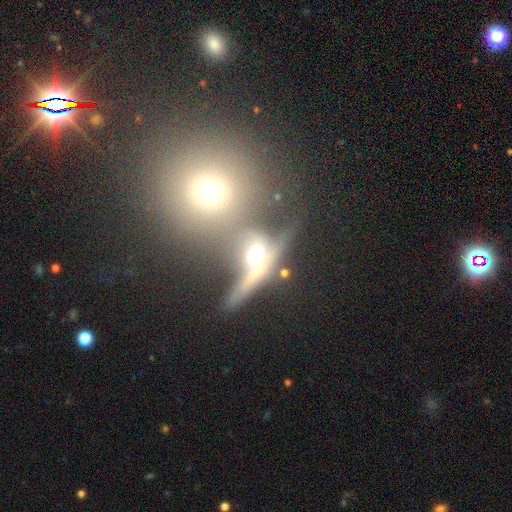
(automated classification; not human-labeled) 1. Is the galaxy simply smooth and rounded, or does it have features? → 50% featured or disk, 32% smooth, 18% star or artifact.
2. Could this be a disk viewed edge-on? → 55% yes, 45% no.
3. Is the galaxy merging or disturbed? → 49% merger, 28% none, 13% major disturbance, 10% minor disturbance.